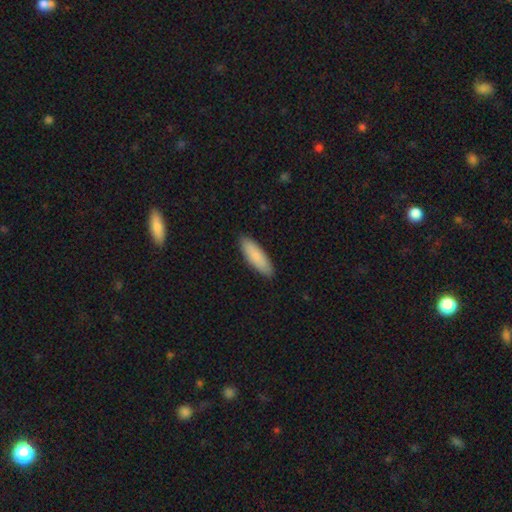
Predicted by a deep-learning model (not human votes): Smooth or featured?
  - smooth: 85% *
  - featured or disk: 9%
  - star or artifact: 5%
How rounded?
  - in between: 51% *
  - cigar-shaped: 47%
  - round: 2%
Merging?
  - none: 89% *
  - minor disturbance: 9%
  - major disturbance: 2%
  - merger: 1%